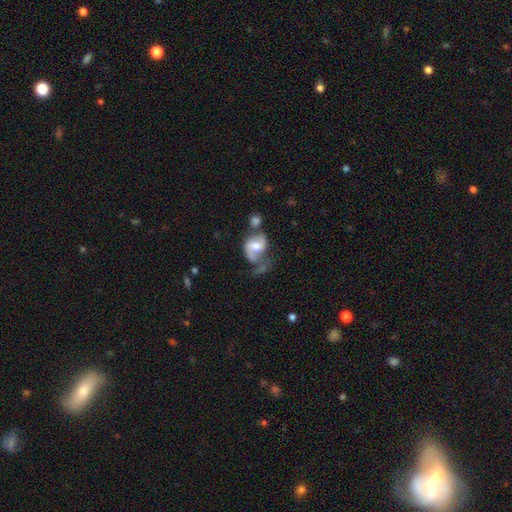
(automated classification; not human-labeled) Overall: featured or disk (67%). Edge-on disk: no (97%). Bar: no (45%; weak 40%). Spiral arms: yes (83%). Spiral arm count: 2 (73%). Spiral winding: loose (45%; medium 40%). Bulge size: moderate (67%). Merging: none (32%; major disturbance 27%).